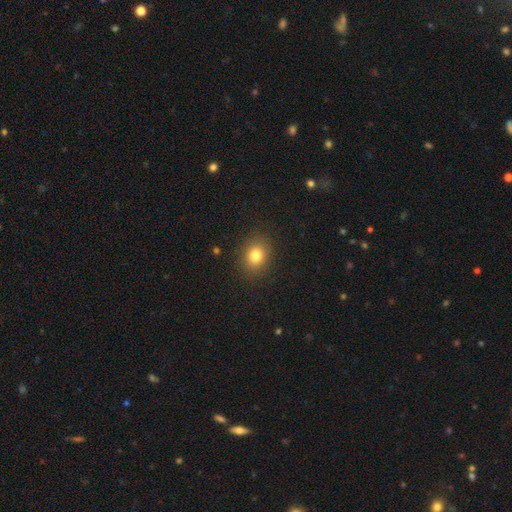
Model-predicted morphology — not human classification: smooth 79%, star or artifact 13%, featured or disk 8%. Down the decision tree: how rounded — round (62%); merging — none (88%).